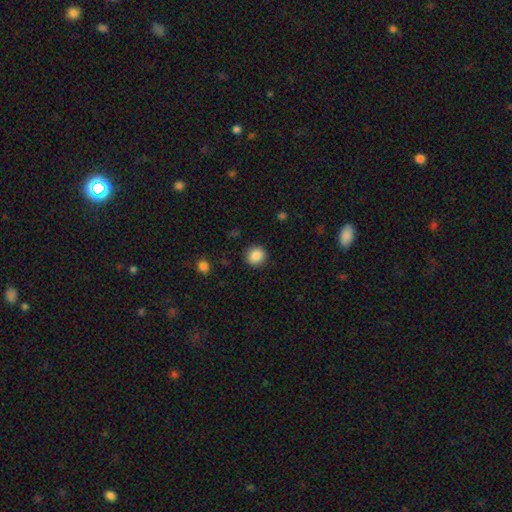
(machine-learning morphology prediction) Smooth or featured? smooth (87%)
How rounded? round (90%)
Merging? none (90%)